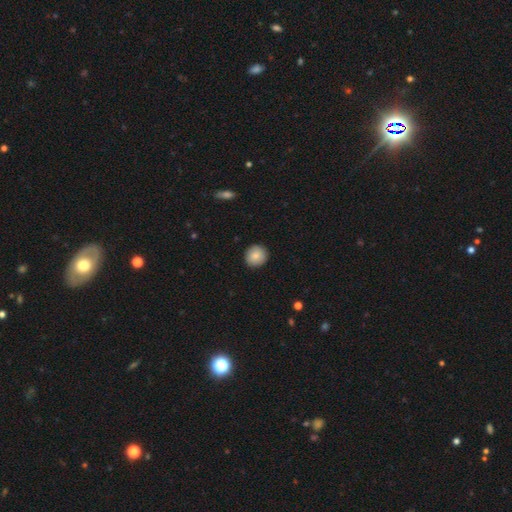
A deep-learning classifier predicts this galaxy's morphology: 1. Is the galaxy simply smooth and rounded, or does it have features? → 87% smooth, 8% star or artifact, 6% featured or disk.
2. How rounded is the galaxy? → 91% round, 8% in between, 1% cigar-shaped.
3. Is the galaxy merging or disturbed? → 92% none, 6% minor disturbance, 2% major disturbance, 1% merger.